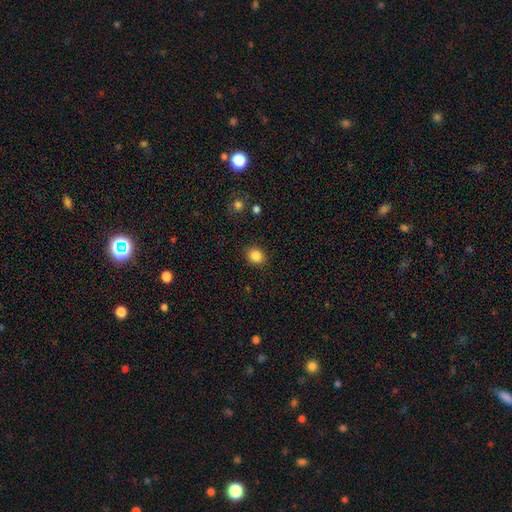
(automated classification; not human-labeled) Smooth or featured? smooth (85%)
How rounded? round (68%)
Merging? none (88%)